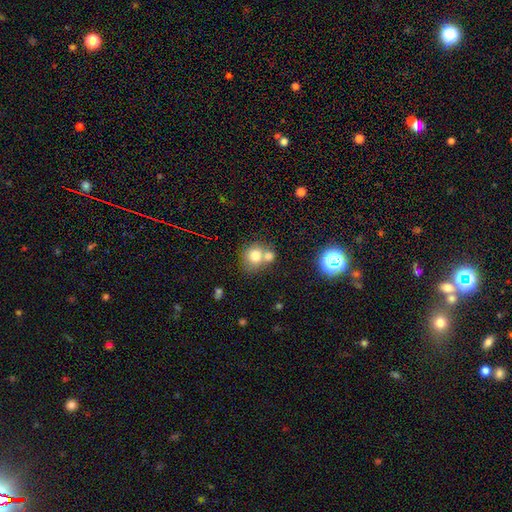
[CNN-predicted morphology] This is likely a smooth galaxy (75%). How rounded: likely round (75%). Merging: possibly merger (47%).